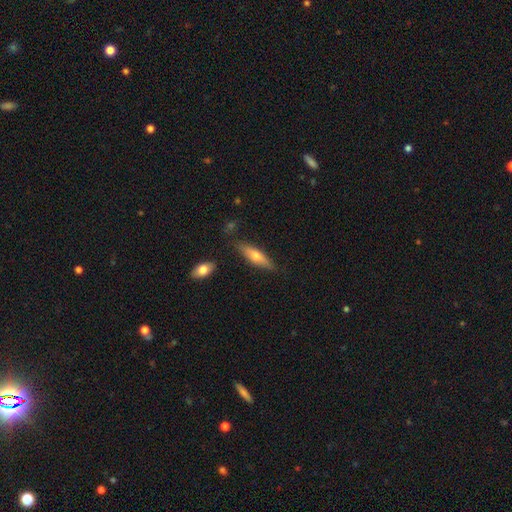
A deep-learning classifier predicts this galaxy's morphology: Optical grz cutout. It shows a smooth galaxy with no disk features (56%) that is cigar-shaped (67%). Merging: none (80%).